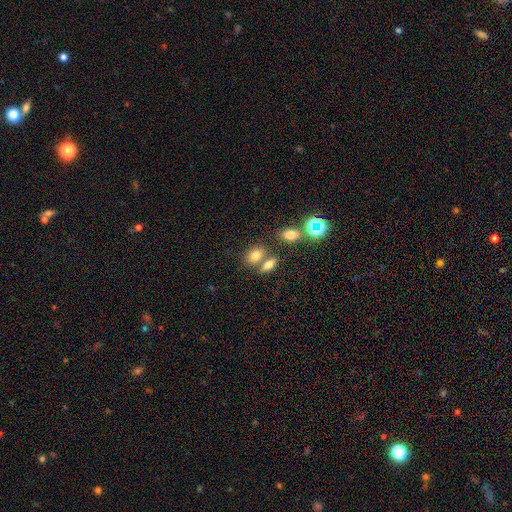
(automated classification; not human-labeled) Smooth or featured? smooth (75%)
How rounded? in between (67%)
Merging? none (51%)